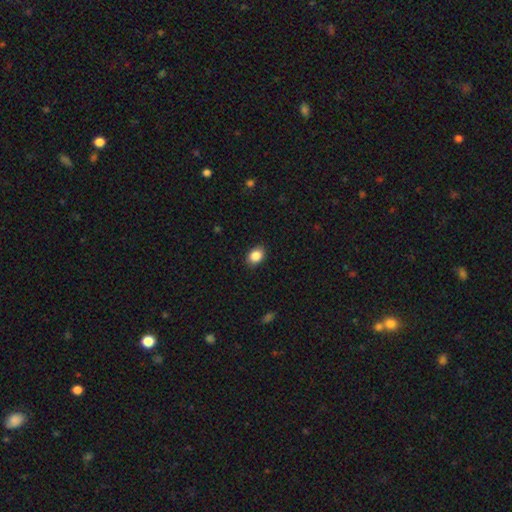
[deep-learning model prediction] Overall: smooth (87%). How rounded: in between (70%). Merging: none (88%).